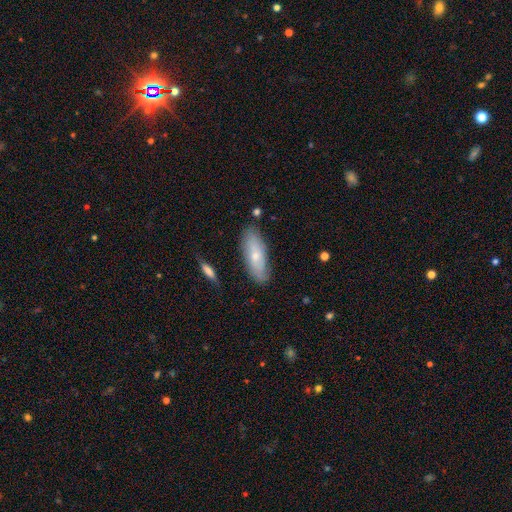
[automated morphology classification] smooth 60%, featured or disk 34%, star or artifact 7%. Down the decision tree: how rounded — in between (68%); merging — none (78%).